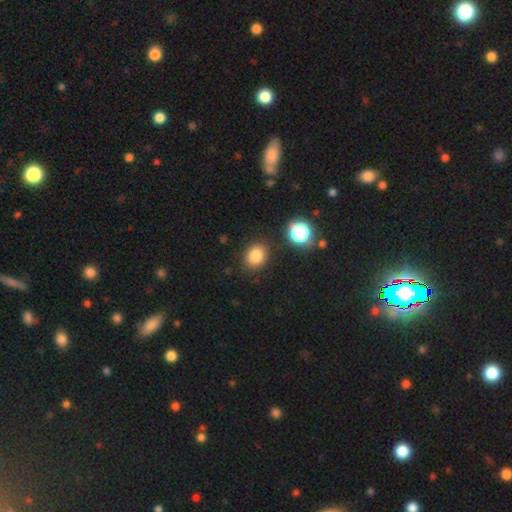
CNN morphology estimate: A smooth galaxy with no disk features (82%) that is round (59%). Merging: none (86%).